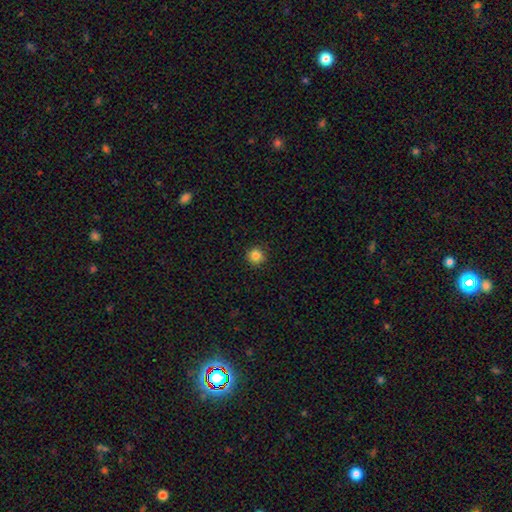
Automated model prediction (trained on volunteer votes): A smooth galaxy with no disk features (84%) that is round (95%). Merging: none (92%).